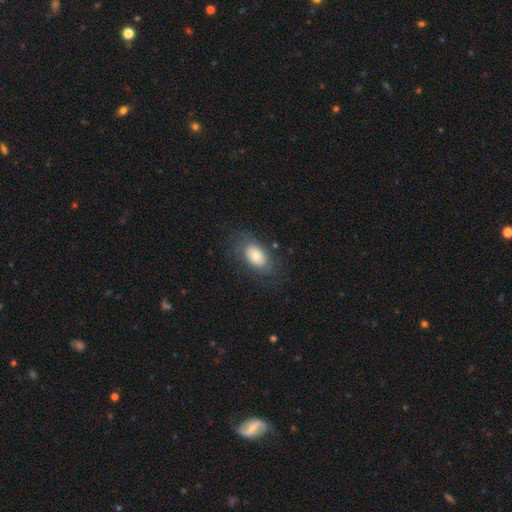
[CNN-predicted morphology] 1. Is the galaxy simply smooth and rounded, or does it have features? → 69% smooth, 24% featured or disk, 8% star or artifact.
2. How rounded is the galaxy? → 89% in between, 9% round, 2% cigar-shaped.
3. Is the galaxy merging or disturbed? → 70% none, 18% minor disturbance, 11% major disturbance, 1% merger.